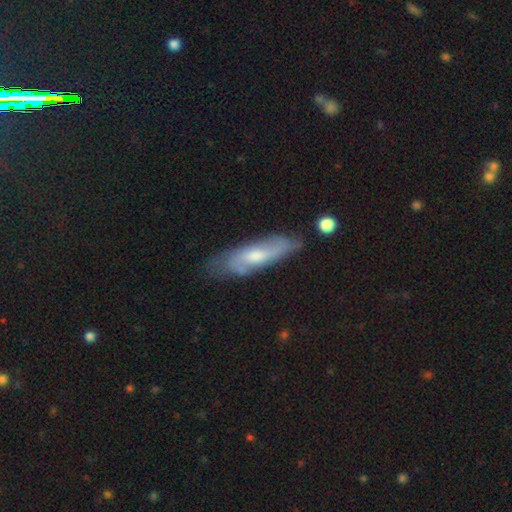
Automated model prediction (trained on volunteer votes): smooth_or_featured: featured or disk (p=0.57) [alt: smooth p=0.37]
disk_edge_on: no (p=0.70) [alt: yes p=0.30]
merging: none (p=0.67) [alt: minor disturbance p=0.23]